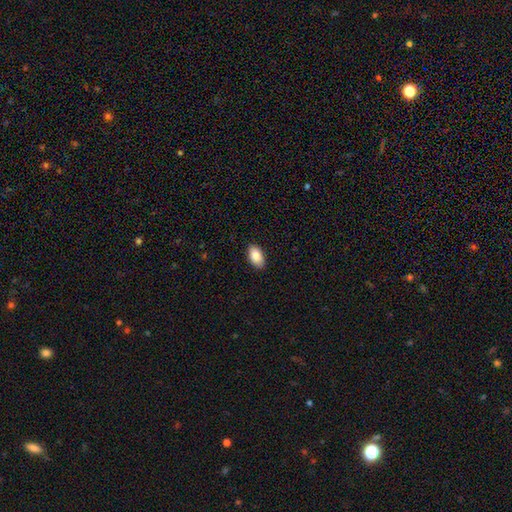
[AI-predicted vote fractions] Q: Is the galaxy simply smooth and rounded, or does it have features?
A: smooth — 90%.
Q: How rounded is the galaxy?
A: in between — 94%.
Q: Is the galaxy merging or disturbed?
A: none — 88%.